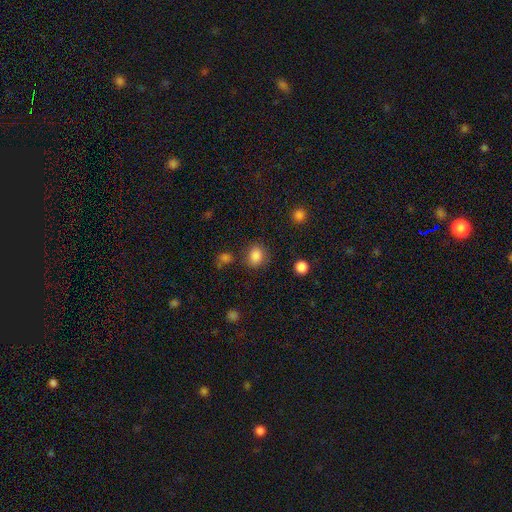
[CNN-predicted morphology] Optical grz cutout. It shows a smooth galaxy with no disk features (85%) that is round (66%). Merging: none (78%).